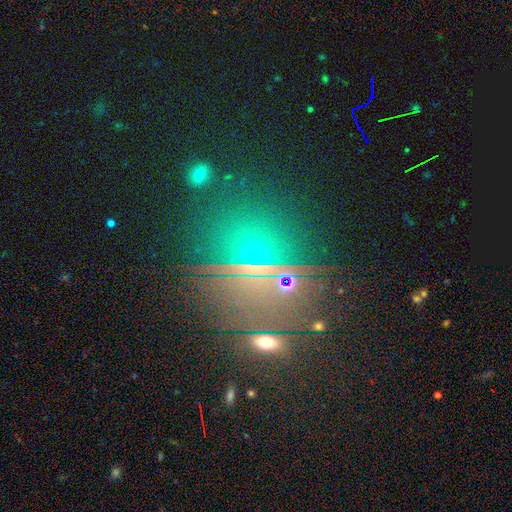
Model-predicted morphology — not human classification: A star or artifact, not a galaxy (60%).

Vote fractions:
- Smooth or featured? star or artifact: 60% / smooth: 29% / featured or disk: 11%